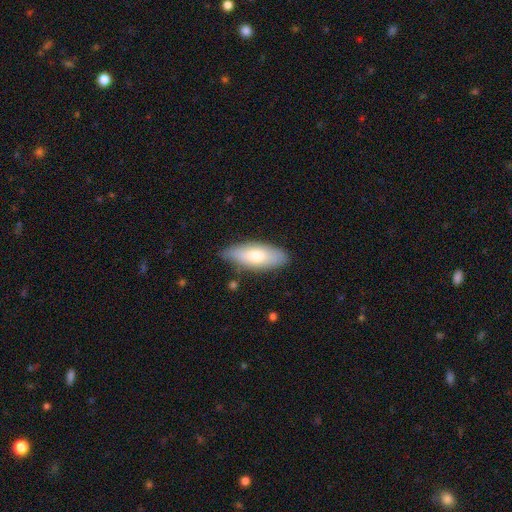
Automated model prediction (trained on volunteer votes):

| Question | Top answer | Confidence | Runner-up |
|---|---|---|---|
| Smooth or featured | smooth | 71% | featured or disk (23%) |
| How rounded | in between | 74% | cigar-shaped (24%) |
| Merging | none | 82% | minor disturbance (14%) |